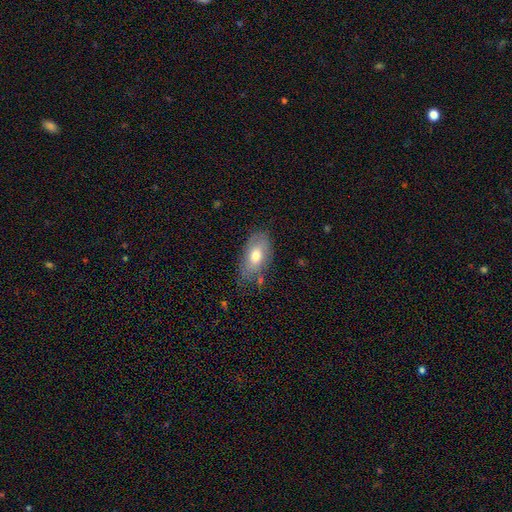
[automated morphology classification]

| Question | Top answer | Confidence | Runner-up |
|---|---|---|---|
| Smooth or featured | smooth | 69% | featured or disk (24%) |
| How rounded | in between | 92% | round (5%) |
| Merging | none | 68% | minor disturbance (23%) |